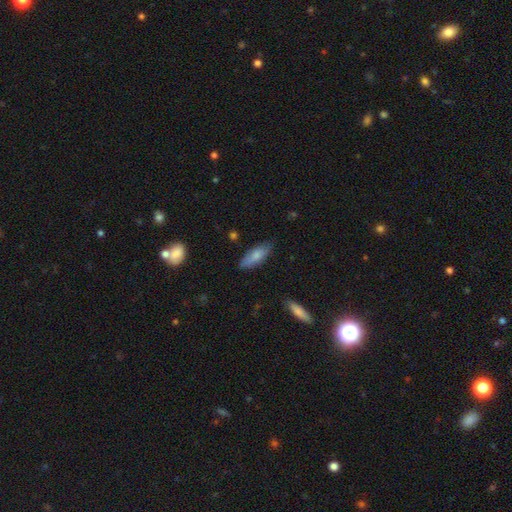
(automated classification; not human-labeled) smooth_or_featured: smooth (p=0.78) [alt: featured or disk p=0.16]
how_rounded: in between (p=0.69) [alt: cigar-shaped p=0.29]
merging: none (p=0.78) [alt: minor disturbance p=0.18]